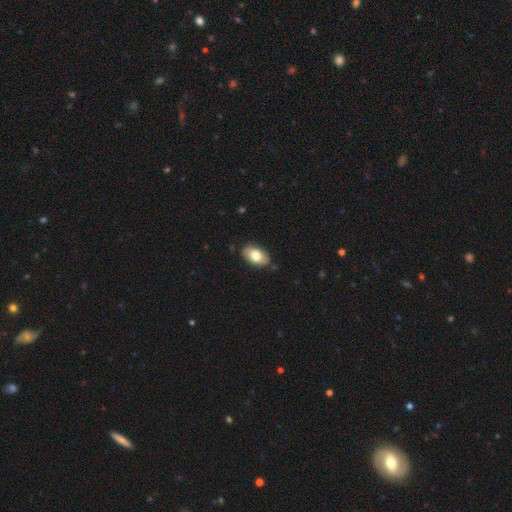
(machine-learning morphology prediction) This appears to be a smooth galaxy with no disk features (76%) that is in between round and cigar-shaped (93%). Merging: none (83%).